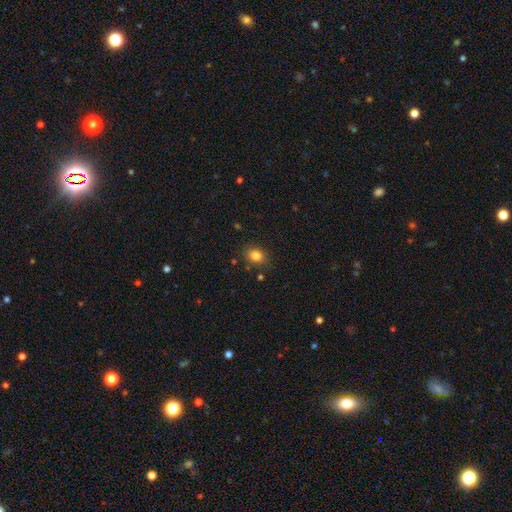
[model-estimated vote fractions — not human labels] Smooth or featured? Predicted: smooth (p=0.83). How rounded? Predicted: in between (p=0.58). Merging? Predicted: none (p=0.81).